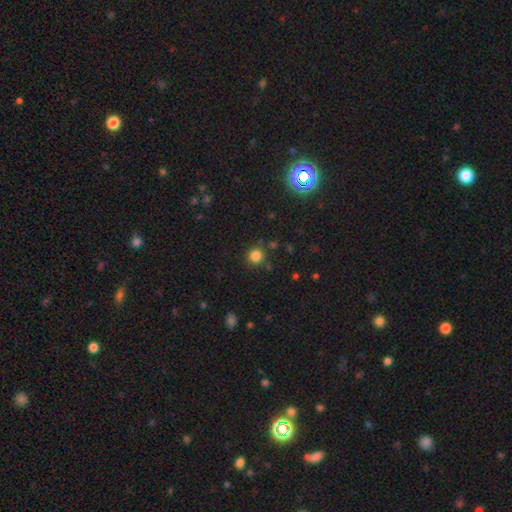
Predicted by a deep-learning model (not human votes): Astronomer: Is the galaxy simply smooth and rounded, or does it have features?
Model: smooth — 82%.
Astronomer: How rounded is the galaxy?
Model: round — 92%.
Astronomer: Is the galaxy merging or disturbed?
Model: none — 84%.